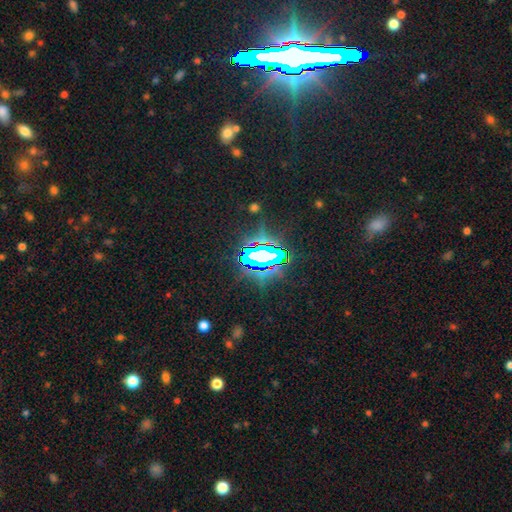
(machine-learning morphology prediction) A star or artifact, not a galaxy (75%).

Vote fractions:
- Smooth or featured? star or artifact: 75% / smooth: 13% / featured or disk: 12%